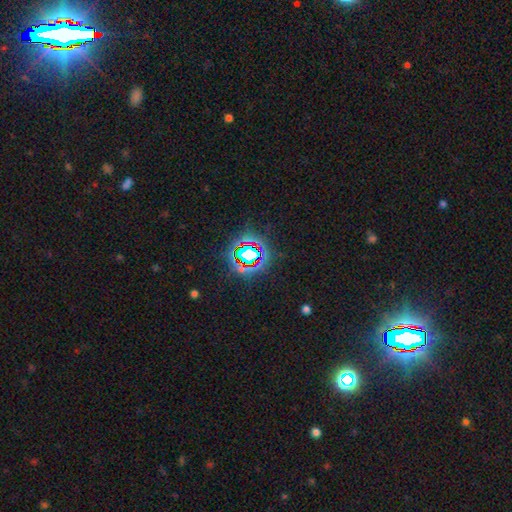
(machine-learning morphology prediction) smooth-or-featured: star or artifact: 80% | smooth: 11% | featured or disk: 8%